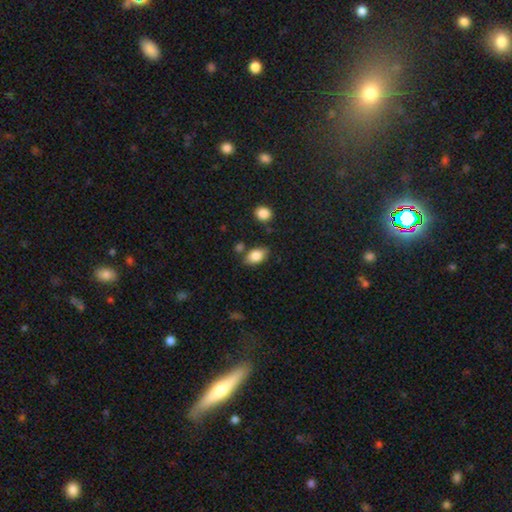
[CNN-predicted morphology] Smooth or featured? smooth (83%)
How rounded? in between (87%)
Merging? none (75%)